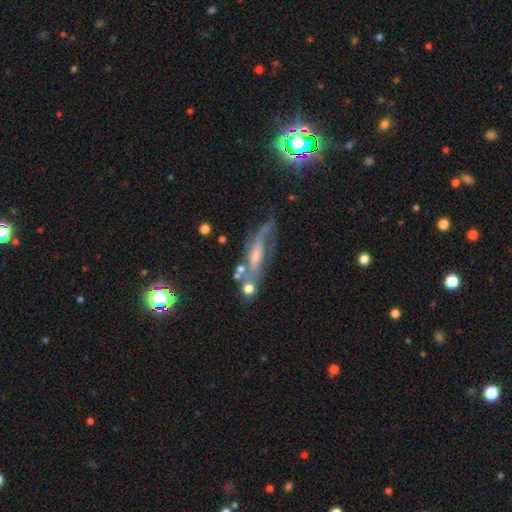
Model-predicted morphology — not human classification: smooth-or-featured: featured or disk: 66% | smooth: 22% | star or artifact: 12%
  disk-edge-on: no: 65% | yes: 35%
  merging: none: 47% | minor disturbance: 24% | major disturbance: 18% | merger: 11%